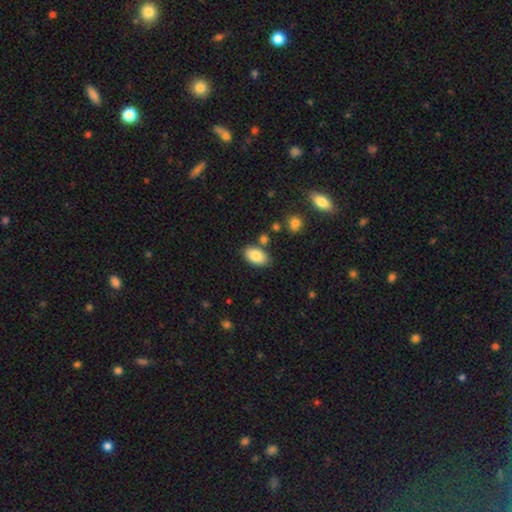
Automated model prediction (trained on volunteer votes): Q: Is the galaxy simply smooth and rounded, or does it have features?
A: smooth — 84%.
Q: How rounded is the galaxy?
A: in between — 93%.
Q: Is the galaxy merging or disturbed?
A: none — 81%.